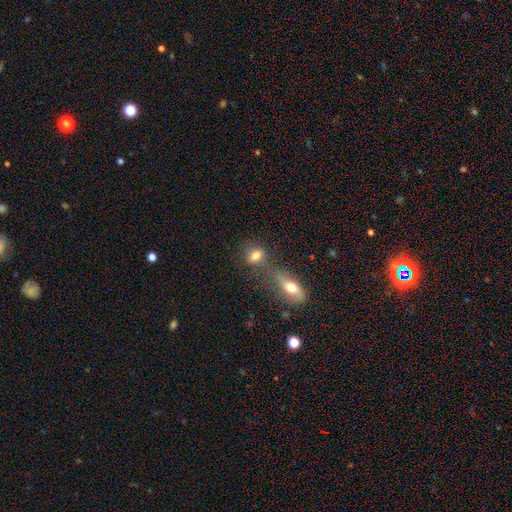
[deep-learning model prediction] This appears to be a smooth galaxy with no disk features (76%) that is in between round and cigar-shaped (69%). Merging: none (54%).